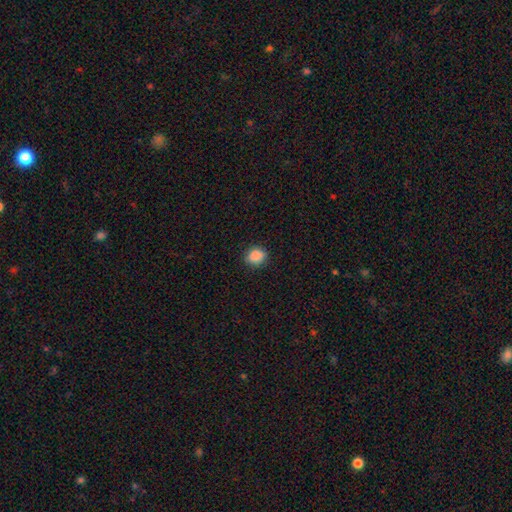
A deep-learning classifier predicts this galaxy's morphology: Smooth or featured? smooth (87%)
How rounded? round (64%)
Merging? none (83%)